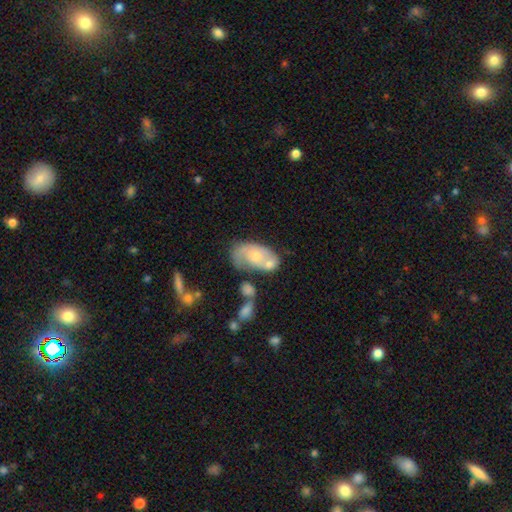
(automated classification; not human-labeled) Q: Smooth or featured?
A: featured or disk (48%); runner-up: smooth (45%)
Q: Merging?
A: merger (34%); runner-up: none (28%)